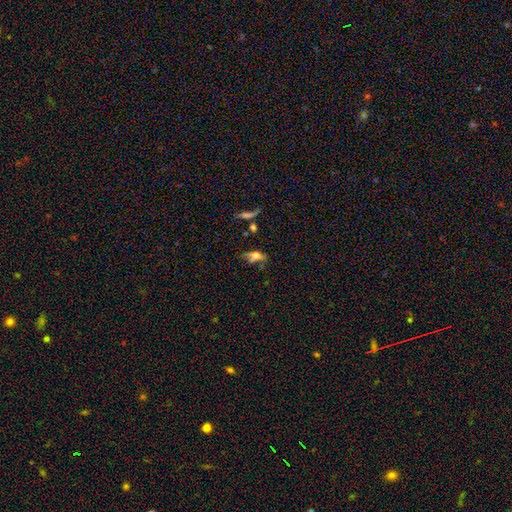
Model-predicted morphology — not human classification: A smooth galaxy with no disk features (52%) that is in between round and cigar-shaped (62%). Merging: none (42%).